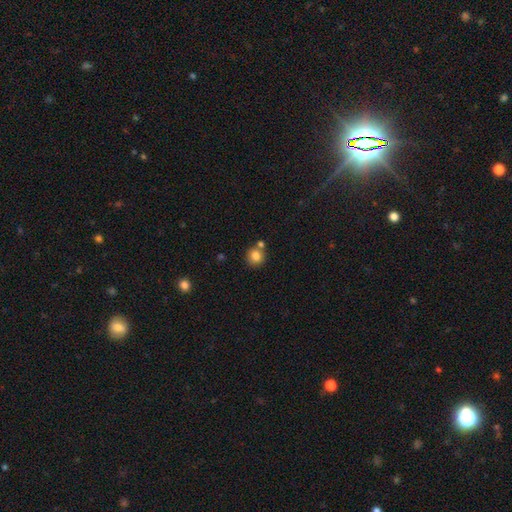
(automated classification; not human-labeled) A smooth galaxy with no disk features (82%) that is round (89%). Merging: none (70%).